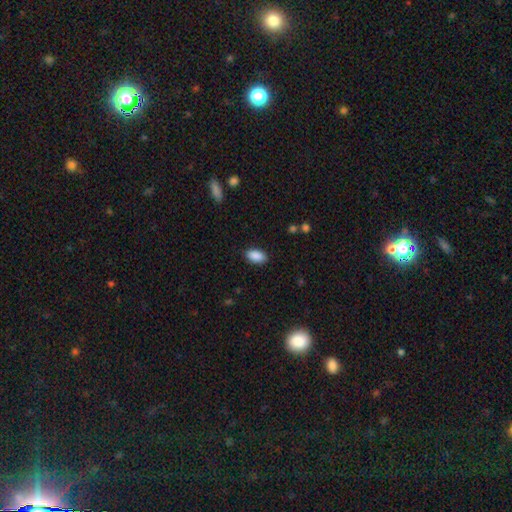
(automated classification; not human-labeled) Smooth or featured?
  - smooth: 90% *
  - star or artifact: 7%
  - featured or disk: 3%
How rounded?
  - in between: 94% *
  - round: 4%
  - cigar-shaped: 2%
Merging?
  - none: 88% *
  - minor disturbance: 9%
  - major disturbance: 2%
  - merger: 1%